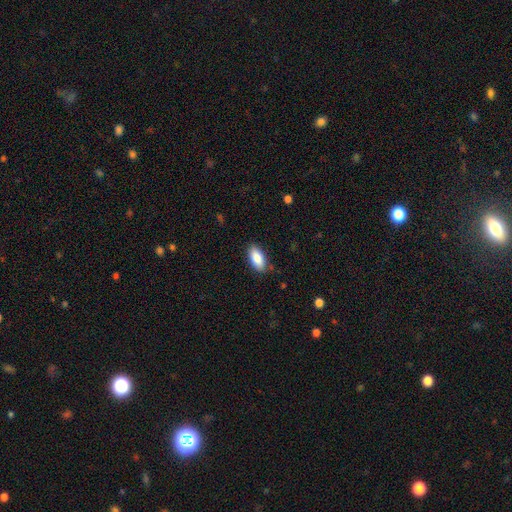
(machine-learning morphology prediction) This is clearly a smooth galaxy (86%). How rounded: clearly in between (89%). Merging: clearly none (85%).